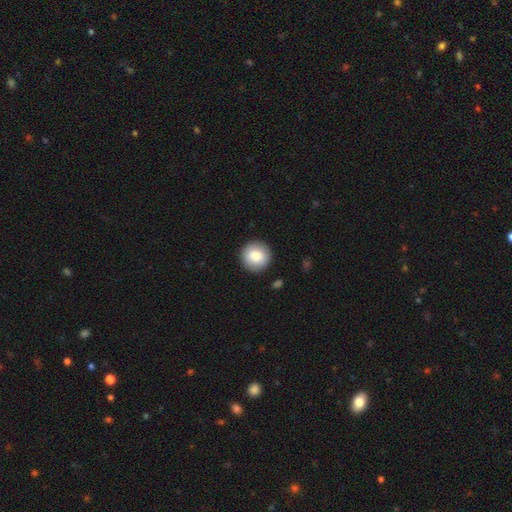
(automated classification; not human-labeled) smooth_or_featured: smooth (p=0.83) [alt: featured or disk p=0.10]
how_rounded: round (p=0.96) [alt: in between p=0.03]
merging: none (p=0.92) [alt: minor disturbance p=0.05]